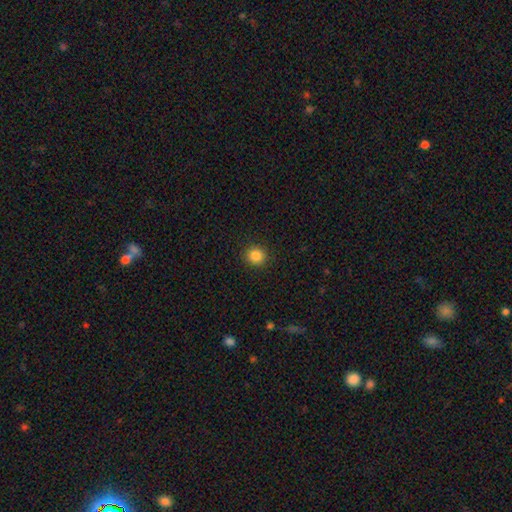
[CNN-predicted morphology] smooth 86%, star or artifact 10%, featured or disk 3%. Down the decision tree: how rounded — round (89%); merging — none (91%).